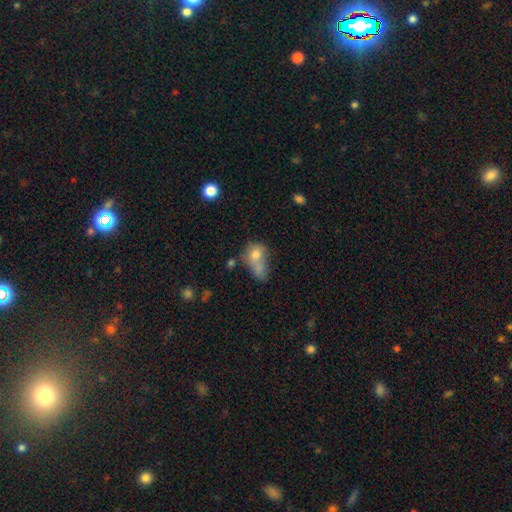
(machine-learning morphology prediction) Smooth or featured?
  - smooth: 69% *
  - featured or disk: 19%
  - star or artifact: 13%
How rounded?
  - in between: 54% *
  - round: 43%
  - cigar-shaped: 3%
Merging?
  - merger: 48% *
  - none: 23%
  - minor disturbance: 14%
  - major disturbance: 14%